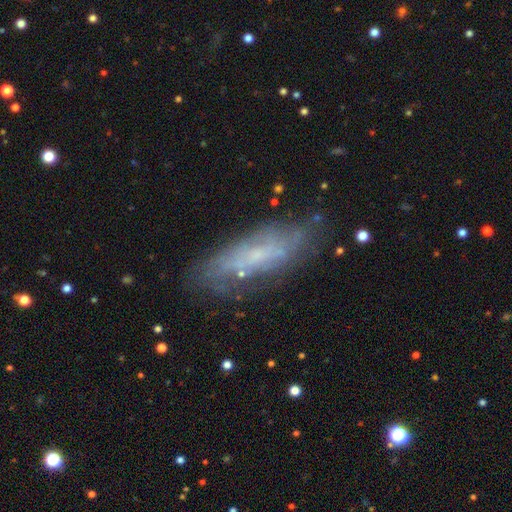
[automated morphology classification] featured or disk 53%, smooth 37%, star or artifact 10%. Down the decision tree: edge-on disk — no (67%); merging — none (73%).